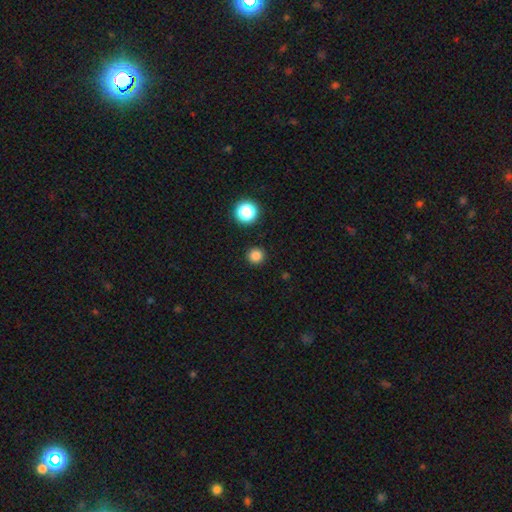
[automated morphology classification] smooth 82%, star or artifact 14%, featured or disk 4%. Down the decision tree: how rounded — round (95%); merging — none (91%).